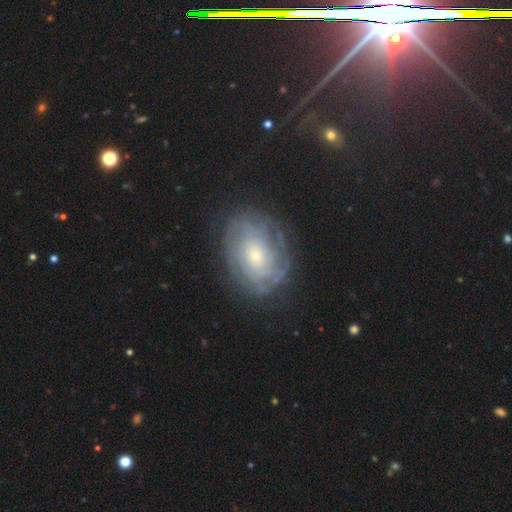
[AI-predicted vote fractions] Overall: featured or disk (72%). Edge-on disk: no (96%). Bar: no (79%). Spiral arms: yes (84%). Spiral arm count: can't tell (59%). Spiral winding: tight (70%). Bulge size: small (64%; moderate 29%). Merging: none (74%).